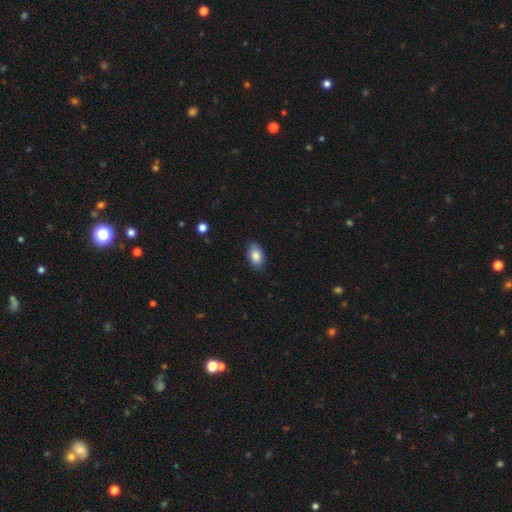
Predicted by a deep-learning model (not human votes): This appears to be a smooth galaxy with no disk features (85%) that is in between round and cigar-shaped (91%). Merging: none (83%).